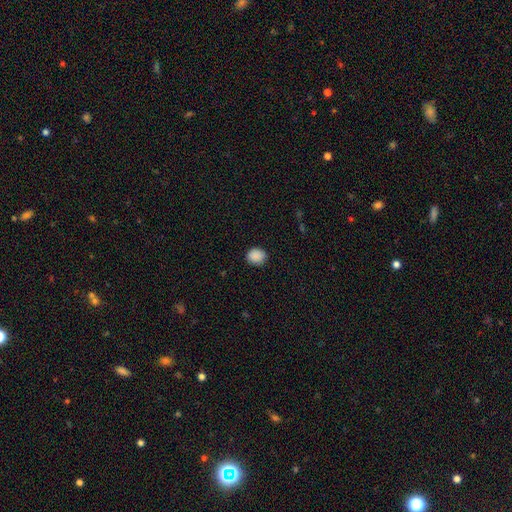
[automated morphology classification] type=smooth (89%); roundness=round (70%); merging=none (86%).